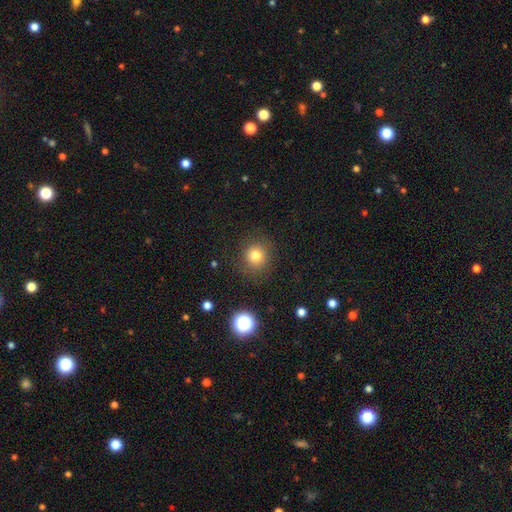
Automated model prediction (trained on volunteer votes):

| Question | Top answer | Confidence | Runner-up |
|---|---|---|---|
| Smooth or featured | smooth | 78% | star or artifact (14%) |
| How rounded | round | 91% | in between (8%) |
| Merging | none | 86% | minor disturbance (9%) |